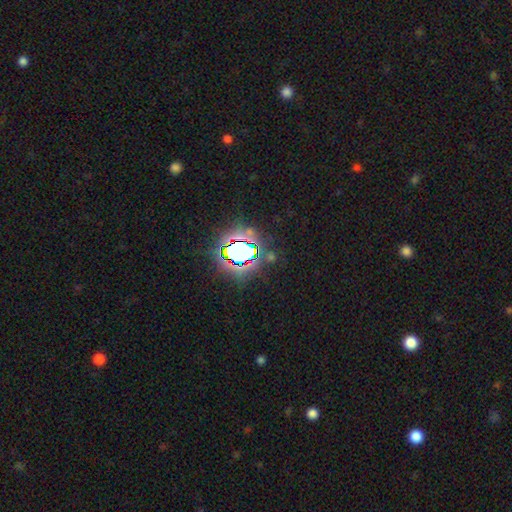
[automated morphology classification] Overall: star or artifact (84%).